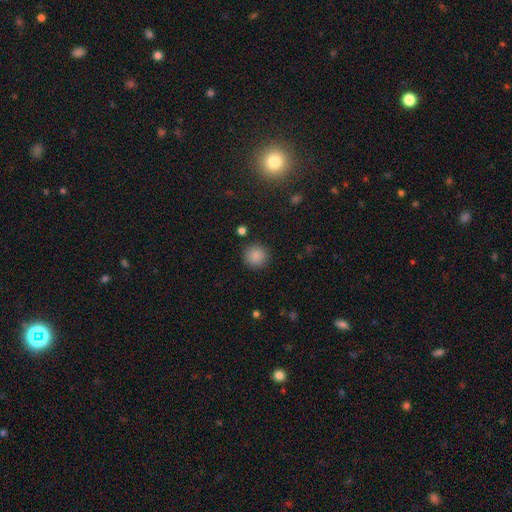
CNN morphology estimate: Smooth or featured? Predicted: smooth (p=0.87). How rounded? Predicted: round (p=0.94). Merging? Predicted: none (p=0.89).